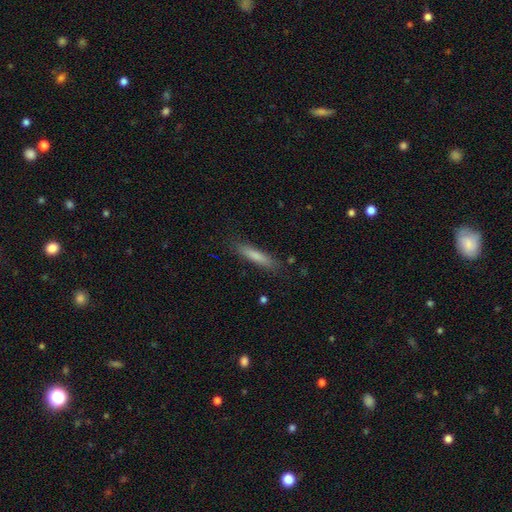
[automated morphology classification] A smooth galaxy with no disk features (77%) that is cigar-shaped (87%). Merging: none (85%).